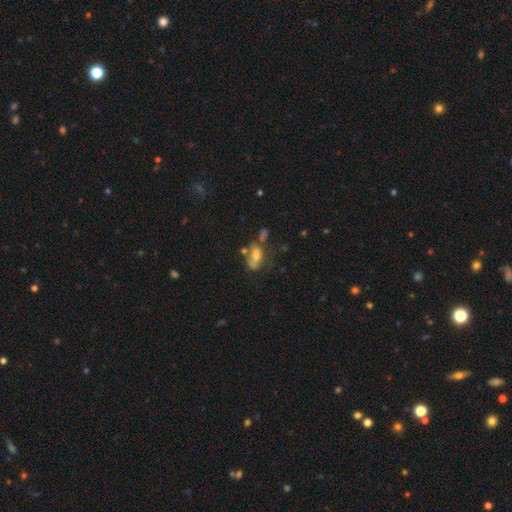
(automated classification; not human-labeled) smooth 60%, featured or disk 29%, star or artifact 11%. Down the decision tree: how rounded — in between (84%); merging — none (34%).